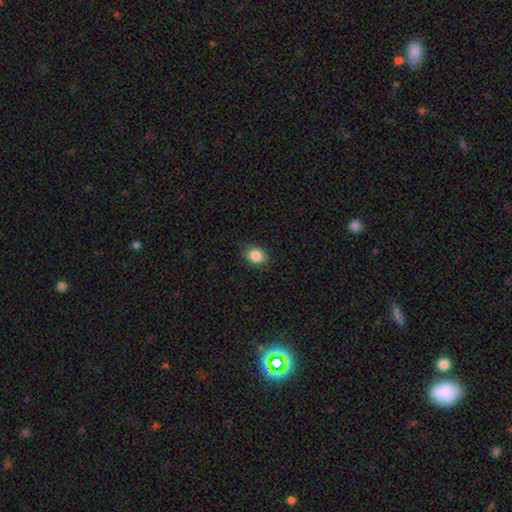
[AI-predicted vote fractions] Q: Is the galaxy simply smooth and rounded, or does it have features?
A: smooth — 87%.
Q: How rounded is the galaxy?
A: in between — 55%.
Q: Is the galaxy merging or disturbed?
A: none — 88%.